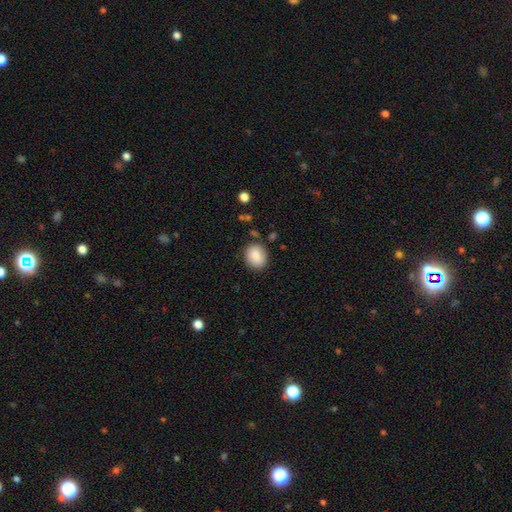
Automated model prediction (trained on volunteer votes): Smooth or featured?
  - smooth: 86% *
  - star or artifact: 8%
  - featured or disk: 6%
How rounded?
  - round: 59% *
  - in between: 40%
  - cigar-shaped: 1%
Merging?
  - none: 83% *
  - minor disturbance: 11%
  - major disturbance: 3%
  - merger: 2%